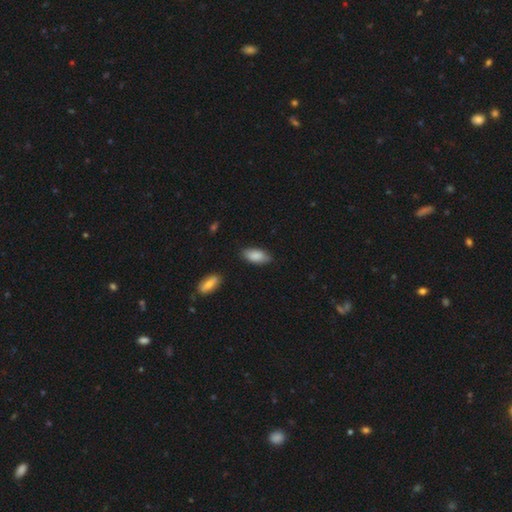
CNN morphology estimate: A smooth galaxy with no disk features (86%) that is in between round and cigar-shaped (89%).

Vote fractions:
- Smooth or featured? smooth: 86% / featured or disk: 8% / star or artifact: 6%
- How rounded? in between: 89% / cigar-shaped: 9% / round: 2%
- Merging? none: 78% / minor disturbance: 17% / major disturbance: 3% / merger: 2%